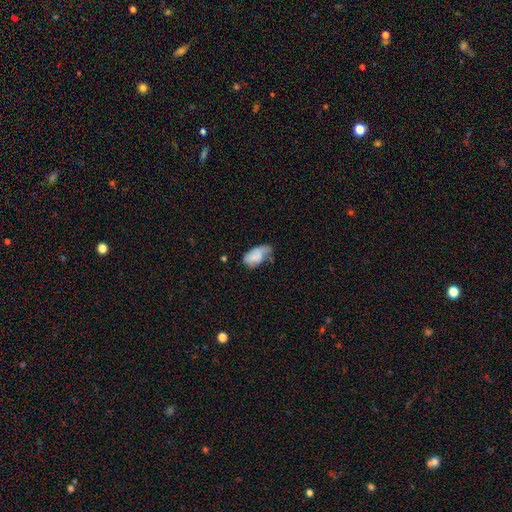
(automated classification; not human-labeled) smooth_or_featured: smooth (p=0.71) [alt: featured or disk p=0.21]
how_rounded: in between (p=0.93) [alt: round p=0.05]
merging: minor disturbance (p=0.41) [alt: none p=0.28]